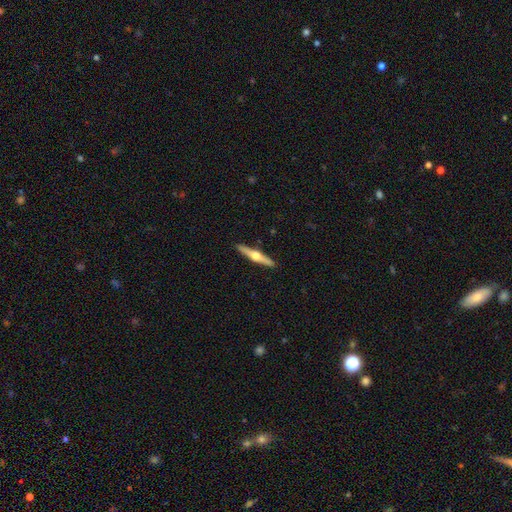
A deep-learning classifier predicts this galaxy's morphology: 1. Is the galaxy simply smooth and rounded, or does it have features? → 72% featured or disk, 23% smooth, 5% star or artifact.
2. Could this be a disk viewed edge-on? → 98% yes, 2% no.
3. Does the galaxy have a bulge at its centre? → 96% rounded, 2% boxy, 2% none.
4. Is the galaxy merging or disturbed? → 92% none, 6% minor disturbance, 1% major disturbance, 1% merger.